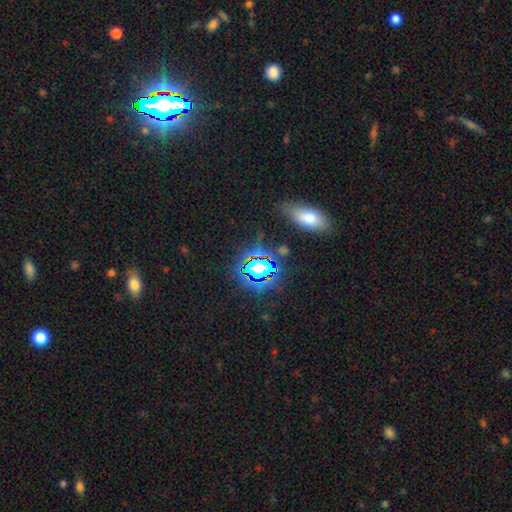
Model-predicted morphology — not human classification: This is possibly a star or artifact rather than a galaxy (56%).